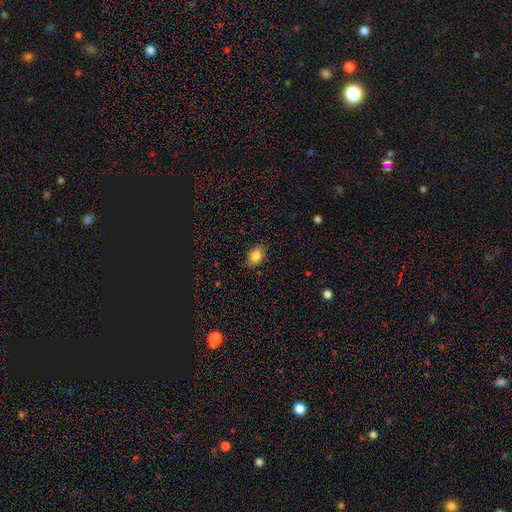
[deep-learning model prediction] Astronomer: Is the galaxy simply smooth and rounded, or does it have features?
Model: smooth — 84%.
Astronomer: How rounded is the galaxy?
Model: in between — 78%.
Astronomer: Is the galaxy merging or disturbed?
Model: none — 86%.